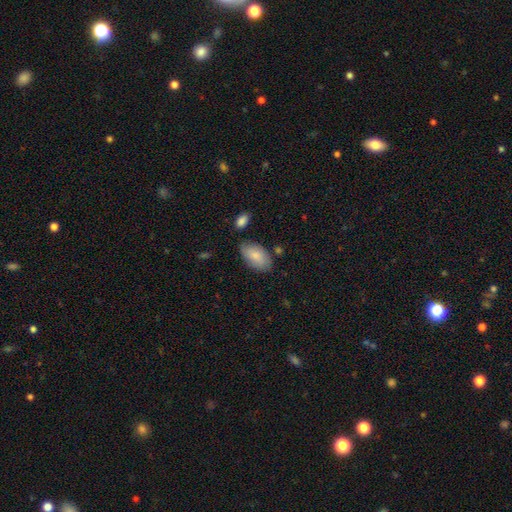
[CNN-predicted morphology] Q: Smooth or featured?
A: smooth (81%); runner-up: featured or disk (13%)
Q: How rounded?
A: in between (95%); runner-up: round (3%)
Q: Merging?
A: none (75%); runner-up: minor disturbance (17%)